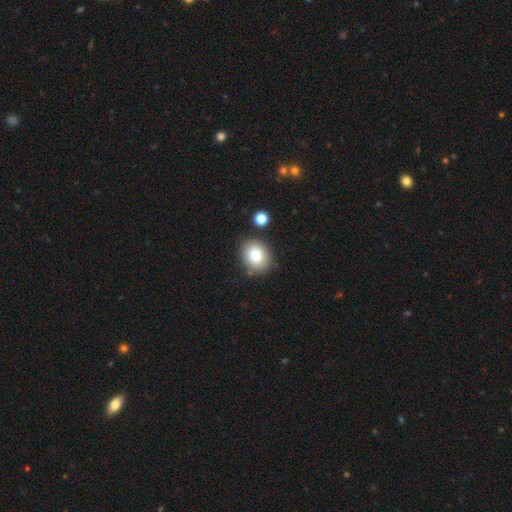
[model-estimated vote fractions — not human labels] Overall: smooth (79%). How rounded: round (67%; in between 32%). Merging: none (82%).